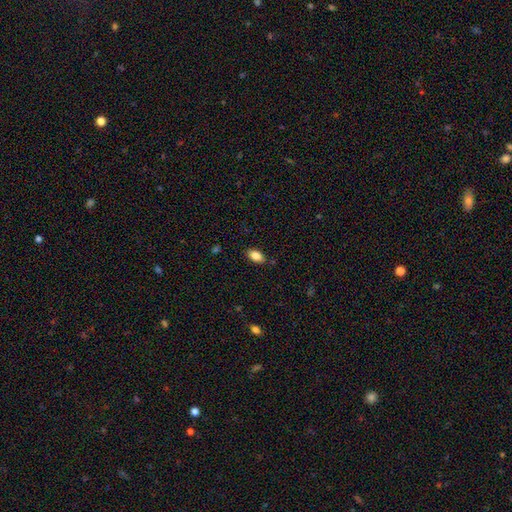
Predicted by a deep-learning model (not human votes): Overall: smooth (85%). How rounded: in between (91%). Merging: none (84%).